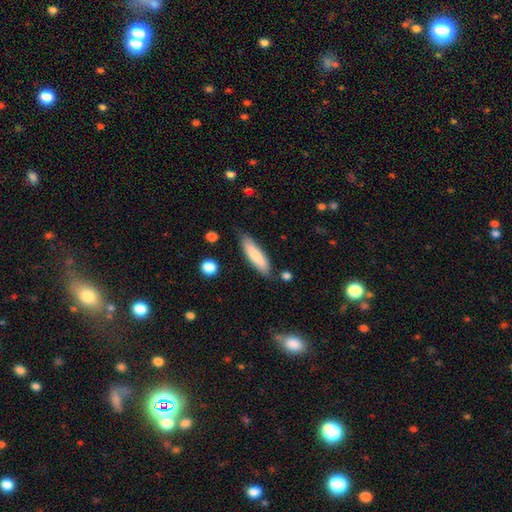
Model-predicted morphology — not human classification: The model was most divided on "how rounded": cigar-shaped: 71%, in between: 28%, round: 1%. More confident: smooth or featured — smooth (81%); merging — none (80%).